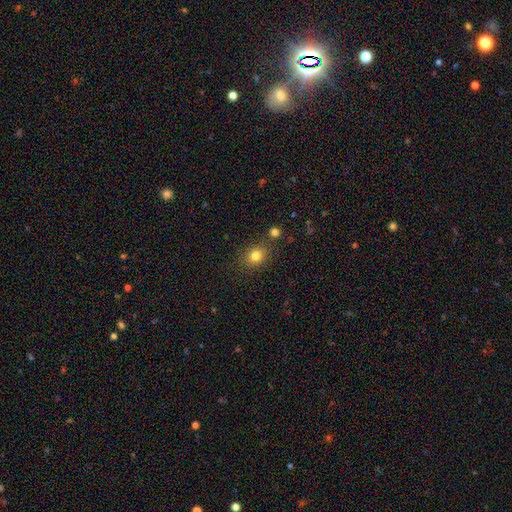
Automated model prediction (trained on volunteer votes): Smooth or featured?
  - smooth: 81% *
  - star or artifact: 13%
  - featured or disk: 7%
How rounded?
  - round: 65% *
  - in between: 34%
  - cigar-shaped: 1%
Merging?
  - none: 79% *
  - minor disturbance: 11%
  - merger: 6%
  - major disturbance: 4%